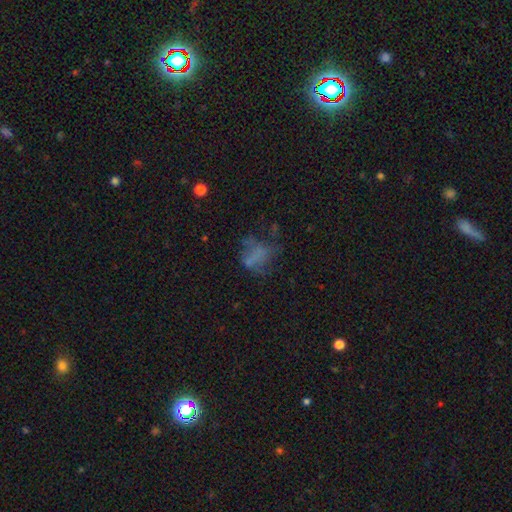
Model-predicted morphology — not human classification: smooth-or-featured: smooth: 46% | featured or disk: 33% | star or artifact: 21%
  merging: none: 38% | major disturbance: 34% | minor disturbance: 21% | merger: 7%